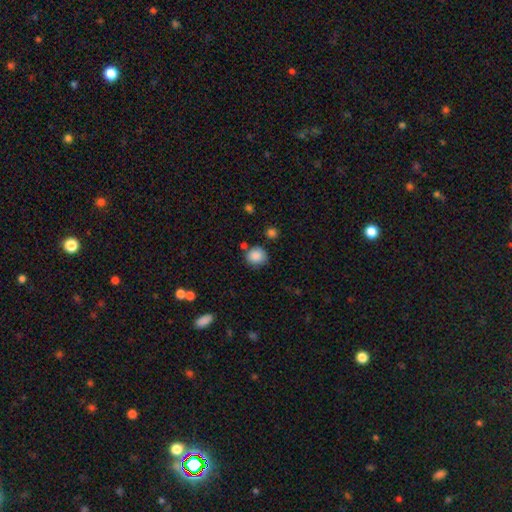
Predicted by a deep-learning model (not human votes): This appears to be a smooth galaxy with no disk features (87%) that is round (85%). Merging: none (74%).